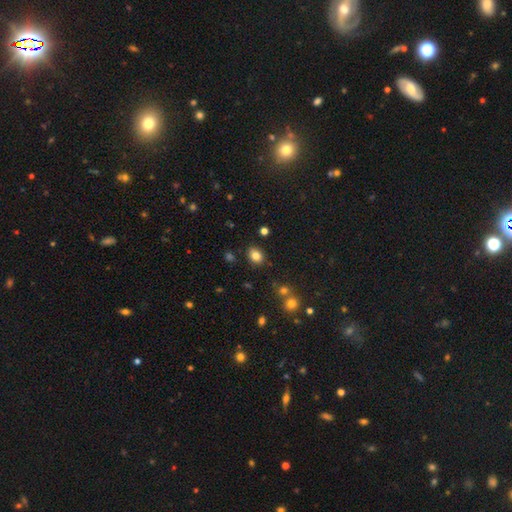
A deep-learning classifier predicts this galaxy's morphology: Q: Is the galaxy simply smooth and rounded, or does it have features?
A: smooth — 82%.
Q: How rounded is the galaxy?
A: in between — 58%.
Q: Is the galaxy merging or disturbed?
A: none — 85%.